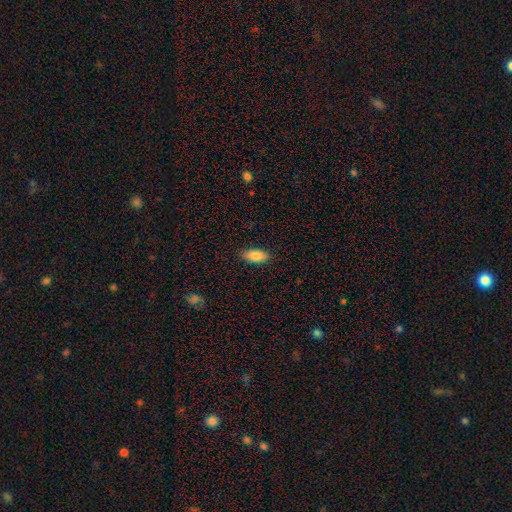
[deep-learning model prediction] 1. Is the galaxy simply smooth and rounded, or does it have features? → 84% smooth, 9% featured or disk, 7% star or artifact.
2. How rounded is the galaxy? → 88% in between, 10% cigar-shaped, 2% round.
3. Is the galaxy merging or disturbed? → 88% none, 9% minor disturbance, 2% major disturbance, 1% merger.